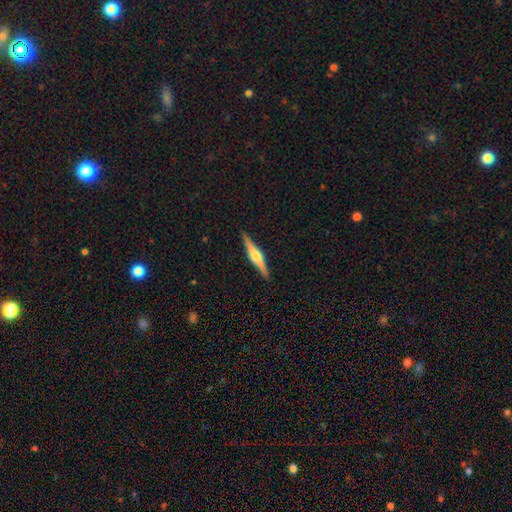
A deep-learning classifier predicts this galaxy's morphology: smooth-or-featured: featured or disk: 75% | smooth: 20% | star or artifact: 5%
  disk-edge-on: yes: 98% | no: 2%
    edge-on-bulge: rounded: 84% | boxy: 12% | none: 4%
  merging: none: 91% | minor disturbance: 6% | major disturbance: 1% | merger: 1%